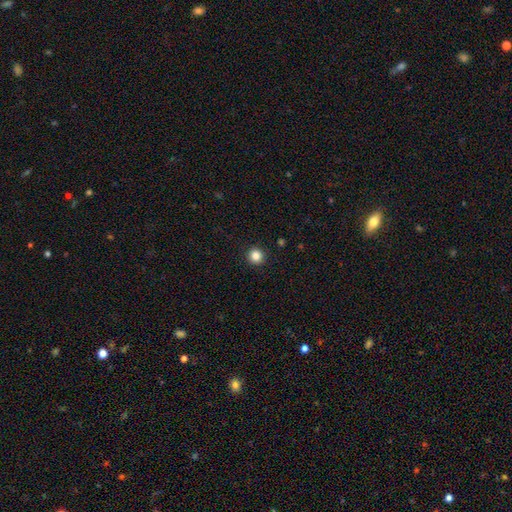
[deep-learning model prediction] Morphology: type=smooth (85%); roundness=round (94%); merging=none (93%).